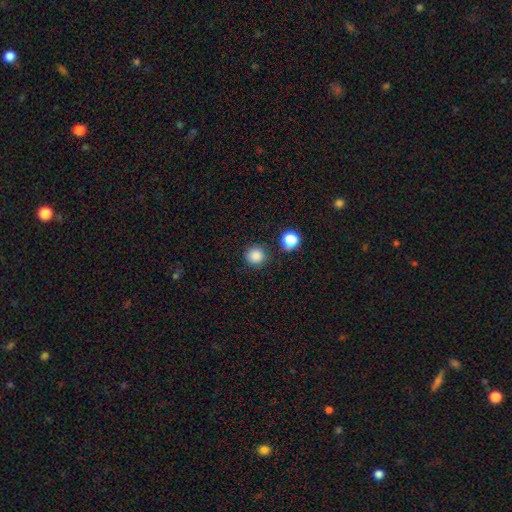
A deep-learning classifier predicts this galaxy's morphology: Smooth or featured: smooth — 85% (star or artifact — 12%)
How rounded: round — 94% (in between — 5%)
Merging: none — 86% (minor disturbance — 8%)